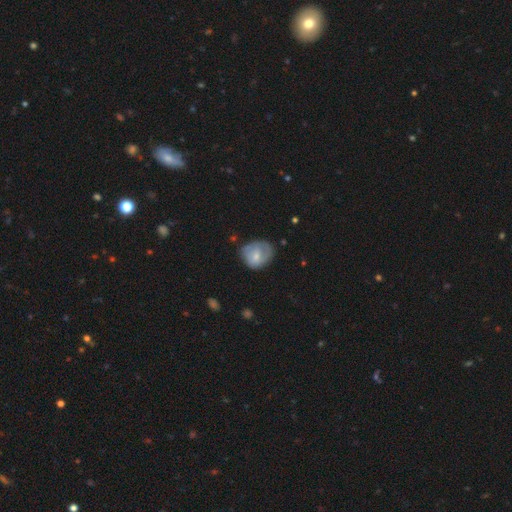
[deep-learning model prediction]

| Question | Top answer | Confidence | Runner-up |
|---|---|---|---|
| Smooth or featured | smooth | 59% | featured or disk (34%) |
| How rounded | round | 58% | in between (41%) |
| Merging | none | 49% | minor disturbance (34%) |